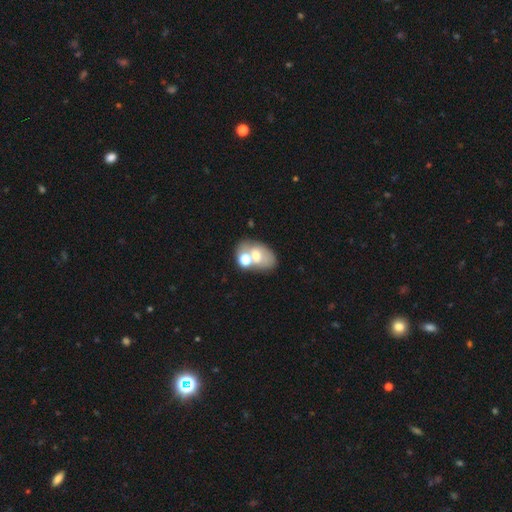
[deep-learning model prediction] This appears to be a smooth galaxy with no disk features (57%) that is in between round and cigar-shaped (77%). Merging: none (45%).